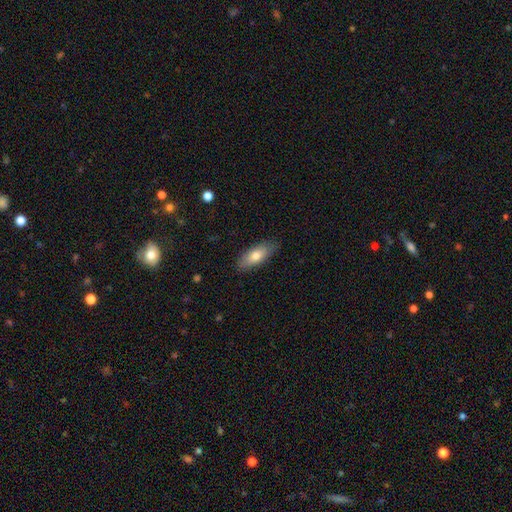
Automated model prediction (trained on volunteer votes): Q: Smooth or featured?
A: smooth (74%); runner-up: featured or disk (20%)
Q: How rounded?
A: in between (76%); runner-up: cigar-shaped (21%)
Q: Merging?
A: none (84%); runner-up: minor disturbance (12%)